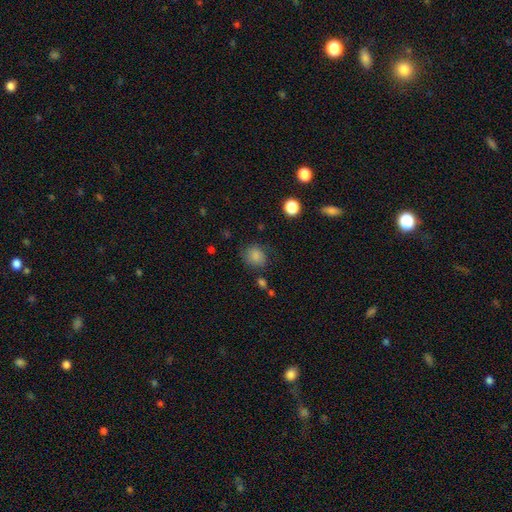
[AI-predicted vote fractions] A smooth galaxy with no disk features (81%) that is round (69%).

Vote fractions:
- Smooth or featured? smooth: 81% / star or artifact: 11% / featured or disk: 8%
- How rounded? round: 69% / in between: 30% / cigar-shaped: 1%
- Merging? none: 69% / minor disturbance: 20% / major disturbance: 8% / merger: 3%